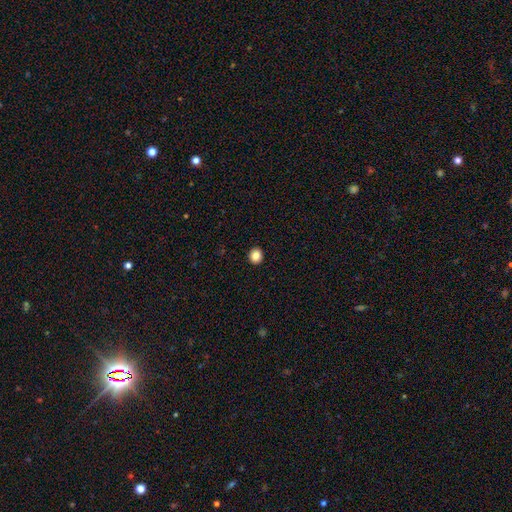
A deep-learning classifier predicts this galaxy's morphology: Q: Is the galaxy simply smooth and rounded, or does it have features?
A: smooth — 85%.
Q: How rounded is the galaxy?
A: round — 83%.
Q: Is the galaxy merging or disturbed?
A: none — 93%.